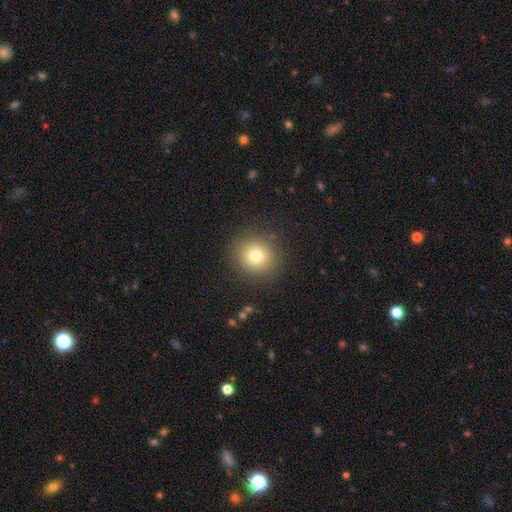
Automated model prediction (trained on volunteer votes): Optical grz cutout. It shows a smooth galaxy with no disk features (76%) that is round (87%). Merging: none (88%).